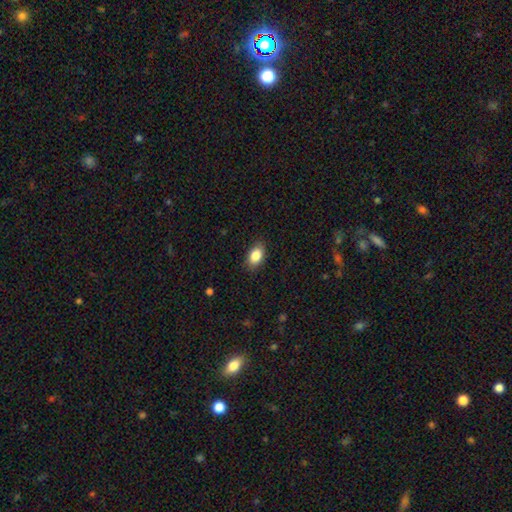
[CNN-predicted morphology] Smooth or featured?
  - smooth: 86% *
  - star or artifact: 8%
  - featured or disk: 7%
How rounded?
  - in between: 89% *
  - round: 9%
  - cigar-shaped: 2%
Merging?
  - none: 86% *
  - minor disturbance: 11%
  - major disturbance: 2%
  - merger: 1%